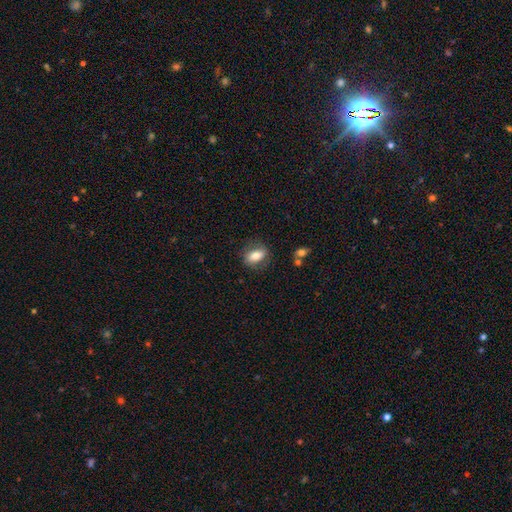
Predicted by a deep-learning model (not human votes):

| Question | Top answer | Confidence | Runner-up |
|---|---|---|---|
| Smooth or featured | smooth | 68% | featured or disk (25%) |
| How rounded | in between | 77% | round (19%) |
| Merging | none | 76% | minor disturbance (16%) |